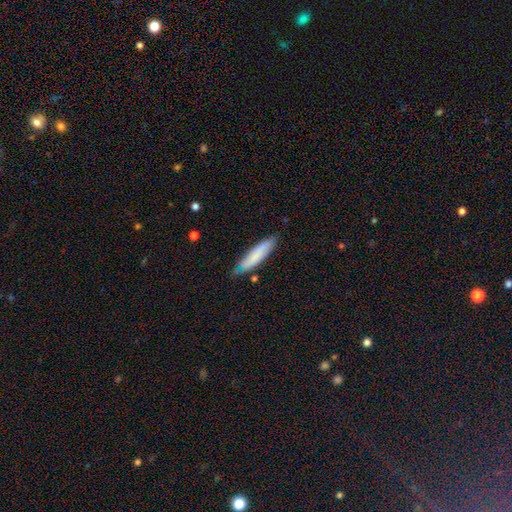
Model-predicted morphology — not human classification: This is likely a smooth galaxy (79%). How rounded: clearly cigar-shaped (80%). Merging: likely none (77%).